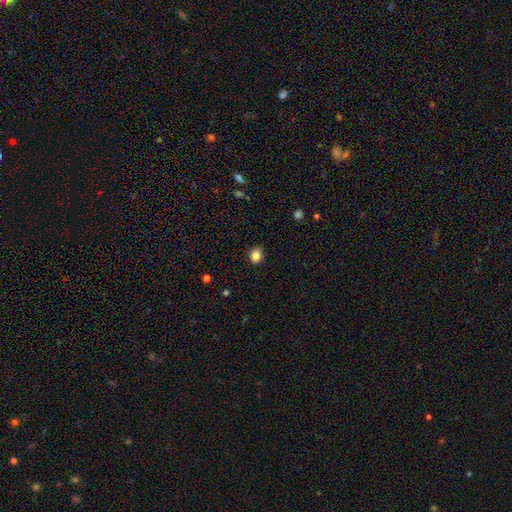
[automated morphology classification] Q: Smooth or featured?
A: smooth (85%); runner-up: star or artifact (11%)
Q: How rounded?
A: round (58%); runner-up: in between (41%)
Q: Merging?
A: none (88%); runner-up: minor disturbance (9%)